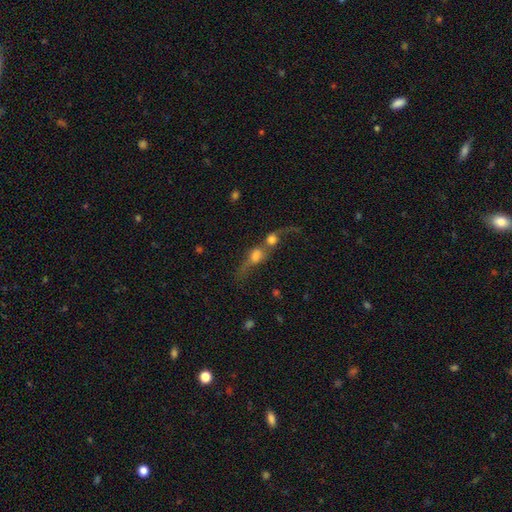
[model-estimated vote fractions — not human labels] Smooth or featured: smooth — 56% (featured or disk — 32%)
How rounded: in between — 44% (round — 39%)
Merging: merger — 78% (none — 10%)